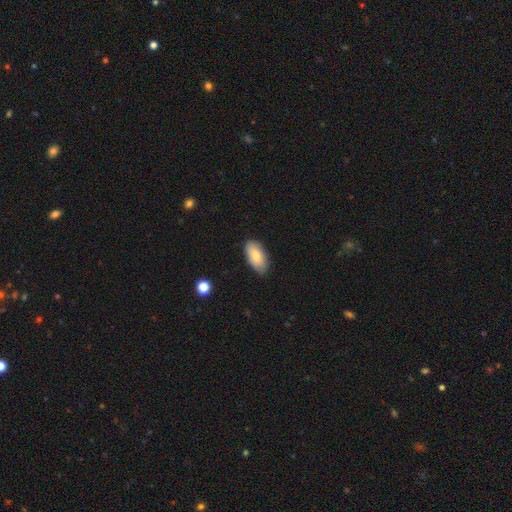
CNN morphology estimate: smooth 80%, featured or disk 13%, star or artifact 6%. Down the decision tree: how rounded — in between (93%); merging — none (80%).